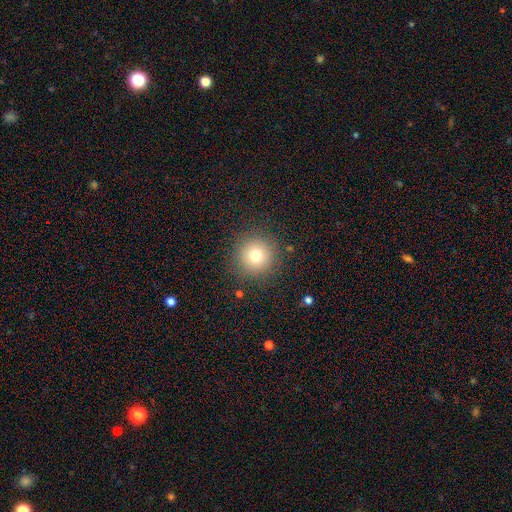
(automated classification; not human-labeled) Smooth or featured?
  - smooth: 75% *
  - star or artifact: 15%
  - featured or disk: 10%
How rounded?
  - round: 95% *
  - in between: 4%
  - cigar-shaped: 1%
Merging?
  - none: 89% *
  - minor disturbance: 7%
  - major disturbance: 3%
  - merger: 1%